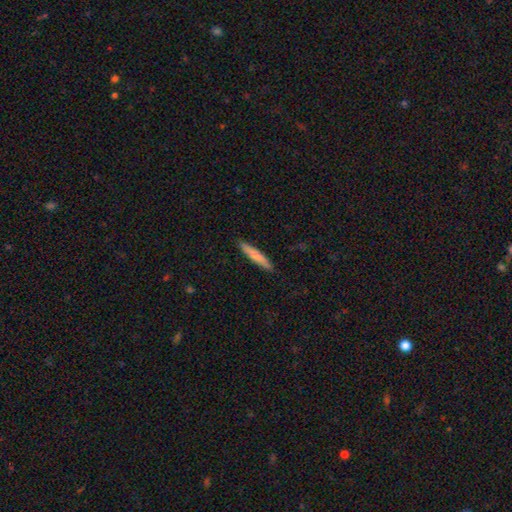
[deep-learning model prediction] A smooth galaxy with no disk features (75%) that is cigar-shaped (93%). Merging: none (90%).